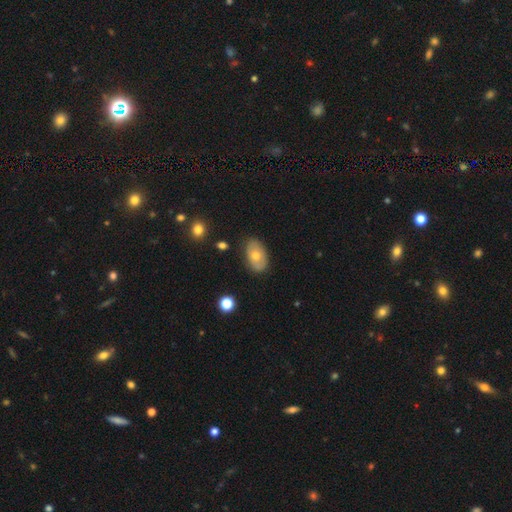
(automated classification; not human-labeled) smooth 62%, featured or disk 30%, star or artifact 8%. Down the decision tree: how rounded — in between (89%); merging — none (82%).